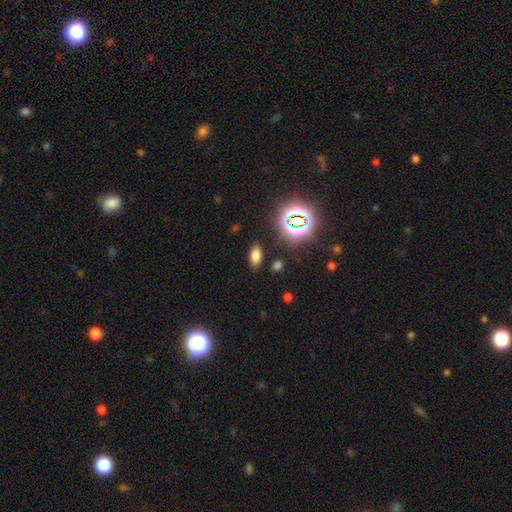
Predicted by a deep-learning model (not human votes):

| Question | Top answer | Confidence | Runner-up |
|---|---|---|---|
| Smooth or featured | smooth | 68% | star or artifact (24%) |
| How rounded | in between | 87% | cigar-shaped (7%) |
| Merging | none | 87% | minor disturbance (8%) |